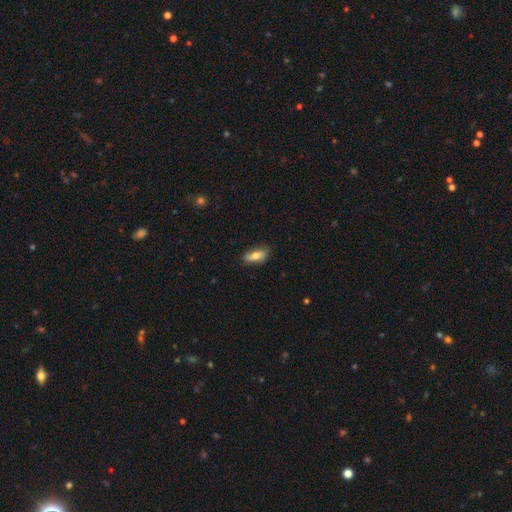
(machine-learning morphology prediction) This appears to be a smooth galaxy with no disk features (65%) that is in between round and cigar-shaped (78%). Merging: none (75%).